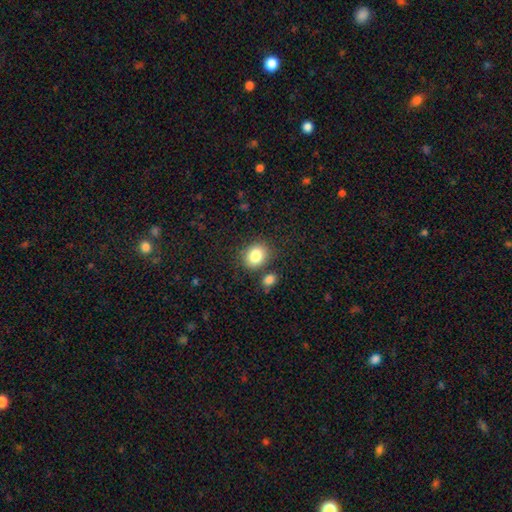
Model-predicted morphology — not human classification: type=smooth (83%); roundness=round (62%); merging=none (78%).